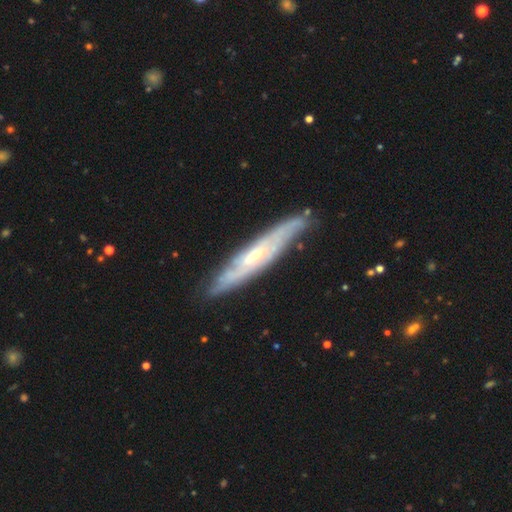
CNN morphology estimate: smooth-or-featured: featured or disk: 76% | smooth: 18% | star or artifact: 6%
  disk-edge-on: yes: 55% | no: 45%
  merging: none: 81% | minor disturbance: 14% | major disturbance: 3% | merger: 2%